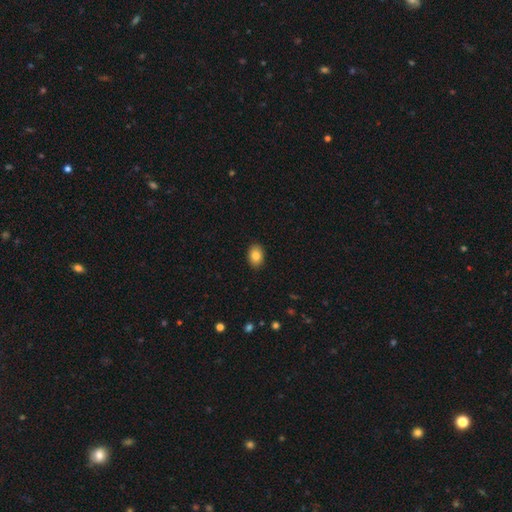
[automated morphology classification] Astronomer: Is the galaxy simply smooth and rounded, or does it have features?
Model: smooth — 83%.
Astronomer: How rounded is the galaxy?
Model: in between — 76%.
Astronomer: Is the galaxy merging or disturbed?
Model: none — 90%.